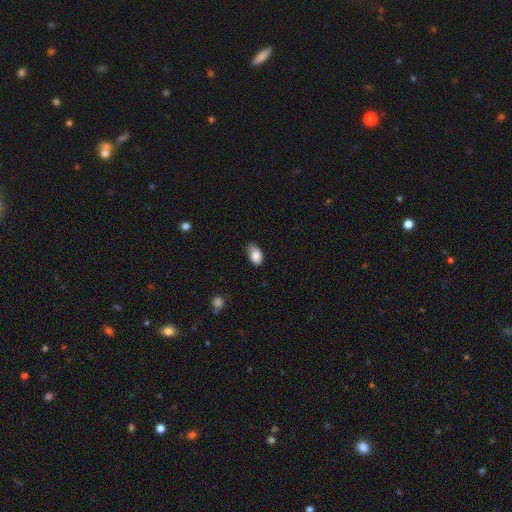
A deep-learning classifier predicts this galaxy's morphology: The model was most divided on "merging": none: 62%, minor disturbance: 32%, major disturbance: 5%, merger: 2%. More confident: how rounded — in between (89%); smooth or featured — smooth (87%).